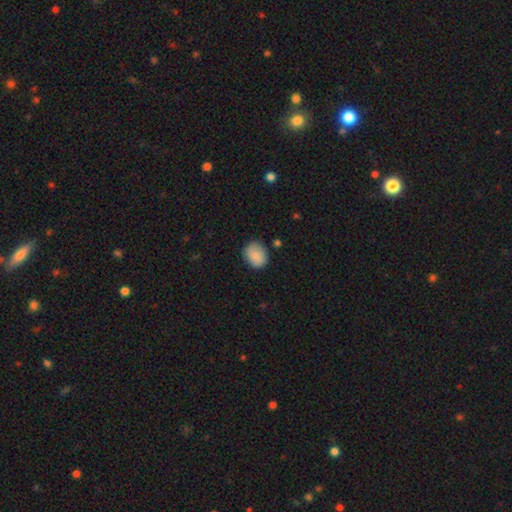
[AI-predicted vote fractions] The model was most divided on "how rounded": round: 54%, in between: 45%, cigar-shaped: 1%. More confident: smooth or featured — smooth (84%); merging — none (73%).